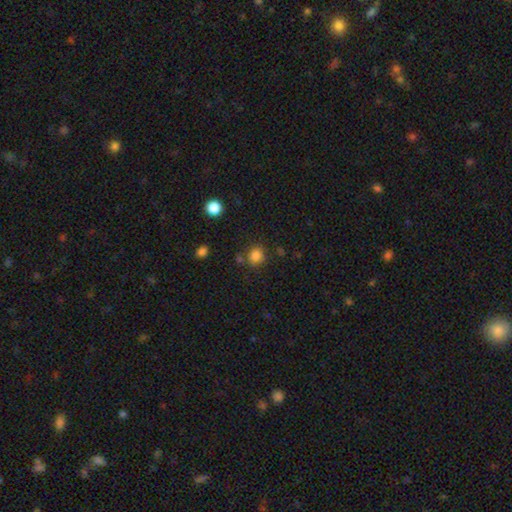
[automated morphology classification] Smooth or featured: smooth — 83% (star or artifact — 13%)
How rounded: round — 81% (in between — 18%)
Merging: none — 74% (minor disturbance — 13%)